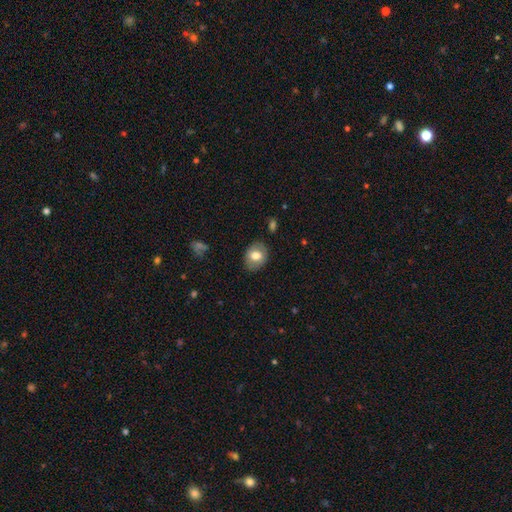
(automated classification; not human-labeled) A smooth galaxy with no disk features (72%) that is in between round and cigar-shaped (53%). Merging: none (82%).